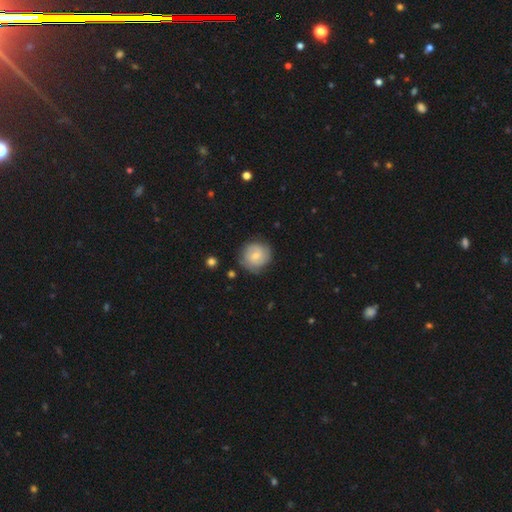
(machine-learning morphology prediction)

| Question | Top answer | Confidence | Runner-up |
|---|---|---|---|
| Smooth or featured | smooth | 53% | featured or disk (40%) |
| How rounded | round | 91% | in between (8%) |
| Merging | none | 75% | minor disturbance (18%) |